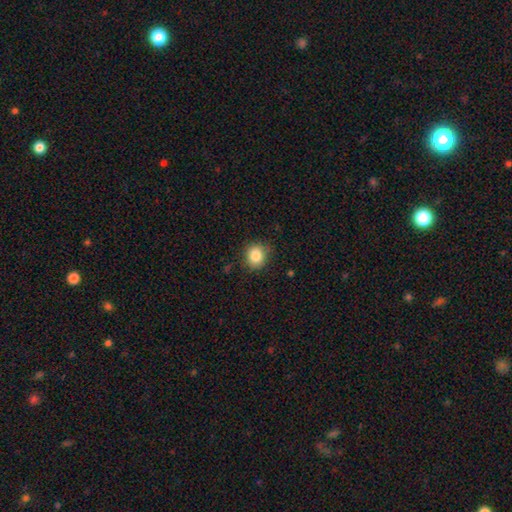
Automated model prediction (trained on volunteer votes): Q: Smooth or featured?
A: smooth (85%); runner-up: star or artifact (10%)
Q: How rounded?
A: round (77%); runner-up: in between (22%)
Q: Merging?
A: none (83%); runner-up: minor disturbance (13%)